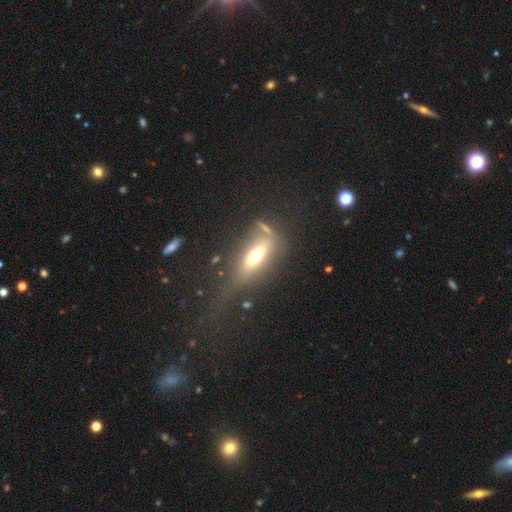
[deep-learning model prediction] smooth-or-featured: smooth: 52% | featured or disk: 37% | star or artifact: 11%
  how-rounded: in between: 64% | cigar-shaped: 30% | round: 5%
  merging: none: 51% | major disturbance: 20% | minor disturbance: 20% | merger: 9%